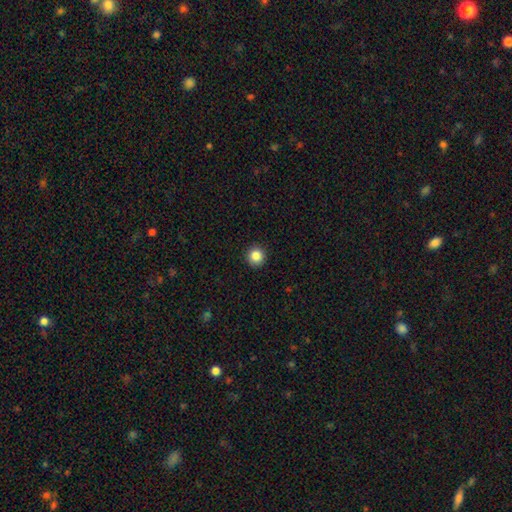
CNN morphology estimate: Overall: smooth (86%). How rounded: round (94%). Merging: none (92%).